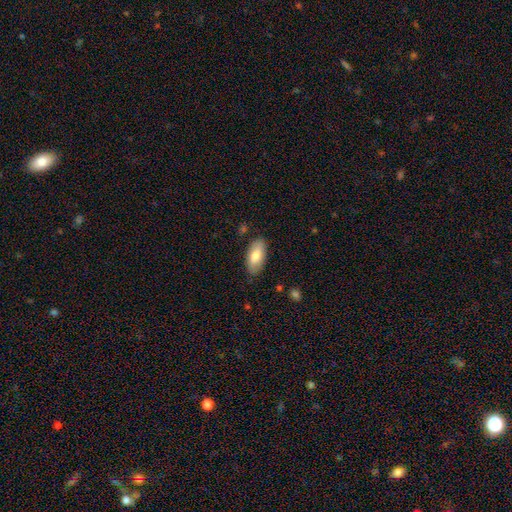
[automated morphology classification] Smooth or featured? smooth (77%)
How rounded? in between (91%)
Merging? none (85%)